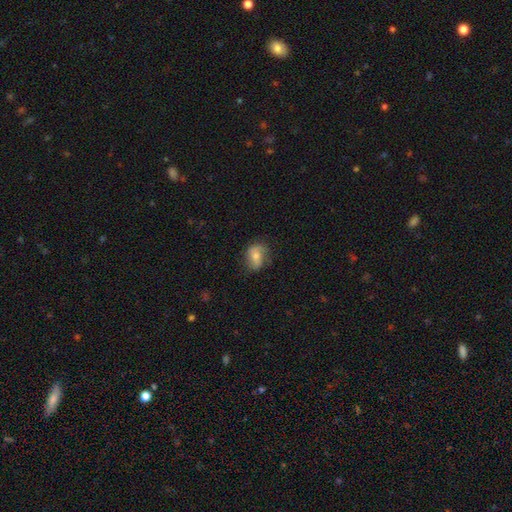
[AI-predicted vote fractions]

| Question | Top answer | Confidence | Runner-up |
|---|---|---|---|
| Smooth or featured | smooth | 54% | featured or disk (36%) |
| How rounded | in between | 57% | round (41%) |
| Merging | none | 68% | minor disturbance (23%) |